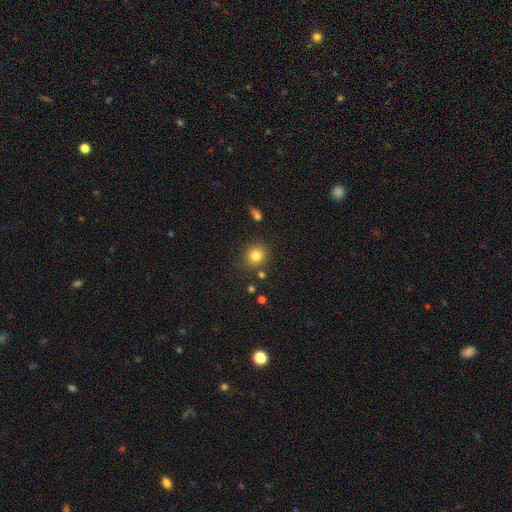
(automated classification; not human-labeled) Overall: smooth (81%). How rounded: round (85%). Merging: none (83%).